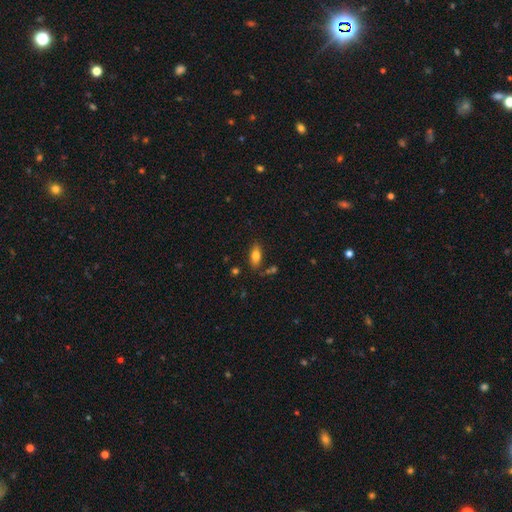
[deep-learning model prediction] smooth 75%, featured or disk 17%, star or artifact 8%. Down the decision tree: how rounded — in between (81%); merging — none (77%).